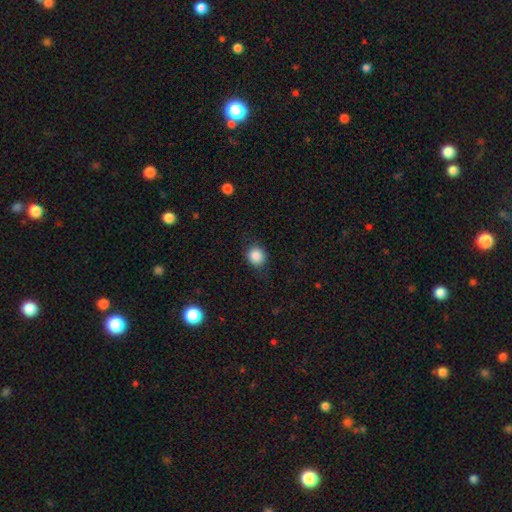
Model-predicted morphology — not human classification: smooth_or_featured: smooth (p=0.87) [alt: star or artifact p=0.09]
how_rounded: round (p=0.83) [alt: in between p=0.16]
merging: none (p=0.84) [alt: minor disturbance p=0.11]